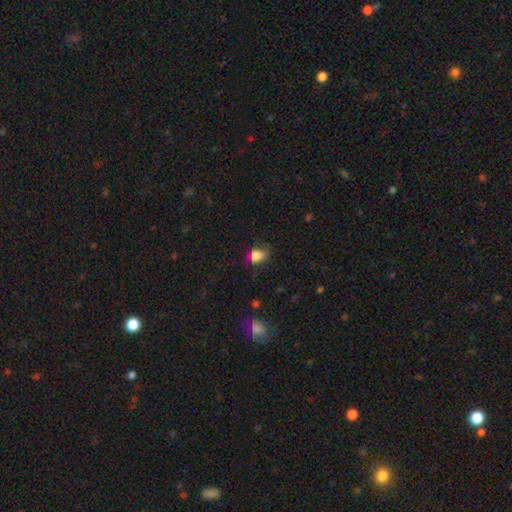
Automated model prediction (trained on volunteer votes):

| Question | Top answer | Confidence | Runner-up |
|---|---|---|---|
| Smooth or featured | smooth | 82% | star or artifact (10%) |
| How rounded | in between | 62% | round (36%) |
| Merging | none | 54% | minor disturbance (32%) |